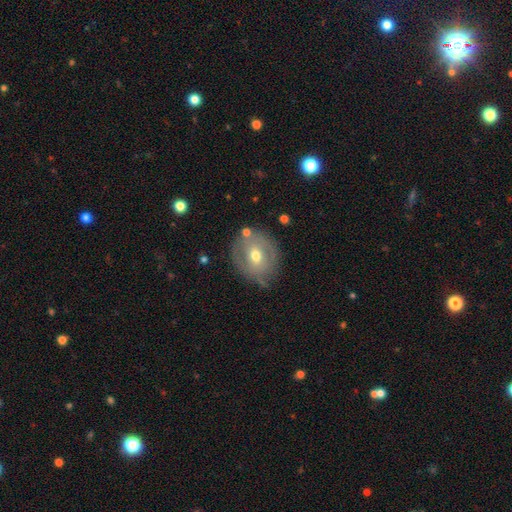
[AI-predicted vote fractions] smooth_or_featured: featured or disk (p=0.51) [alt: smooth p=0.41]
disk_edge_on: no (p=0.93) [alt: yes p=0.07]
merging: none (p=0.70) [alt: minor disturbance p=0.20]